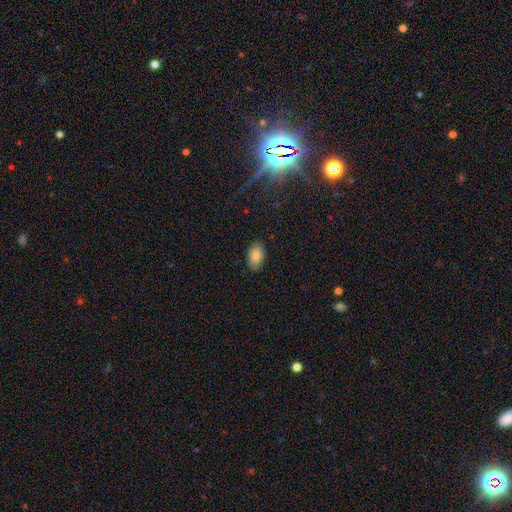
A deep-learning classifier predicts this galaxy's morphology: Smooth or featured?
  - smooth: 83% *
  - featured or disk: 9%
  - star or artifact: 8%
How rounded?
  - in between: 92% *
  - round: 7%
  - cigar-shaped: 1%
Merging?
  - none: 83% *
  - minor disturbance: 13%
  - major disturbance: 3%
  - merger: 1%